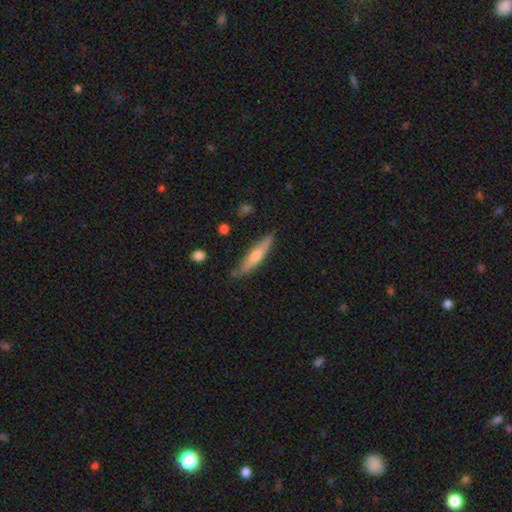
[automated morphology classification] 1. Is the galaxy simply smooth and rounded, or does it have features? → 51% featured or disk, 44% smooth, 6% star or artifact.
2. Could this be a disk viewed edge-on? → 93% yes, 7% no.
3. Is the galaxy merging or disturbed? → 81% none, 15% minor disturbance, 2% major disturbance, 2% merger.